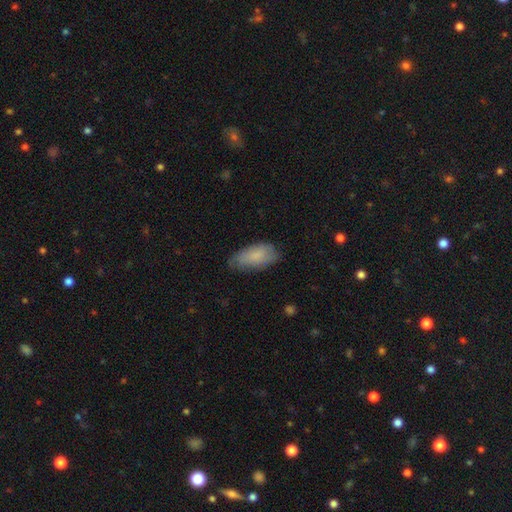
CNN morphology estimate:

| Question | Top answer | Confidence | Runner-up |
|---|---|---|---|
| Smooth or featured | smooth | 81% | featured or disk (13%) |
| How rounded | in between | 89% | cigar-shaped (9%) |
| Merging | none | 69% | minor disturbance (25%) |